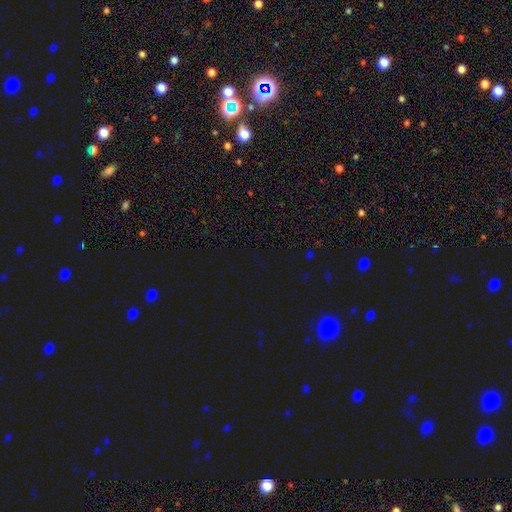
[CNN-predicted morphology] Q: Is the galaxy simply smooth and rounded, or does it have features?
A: star or artifact — 73%.